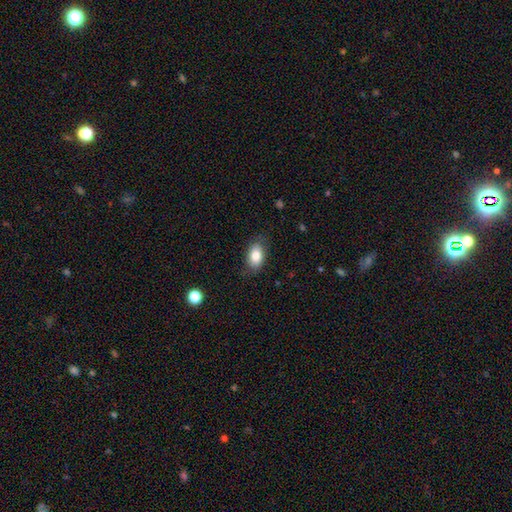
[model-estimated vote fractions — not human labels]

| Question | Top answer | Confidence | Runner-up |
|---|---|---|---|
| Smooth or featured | smooth | 81% | featured or disk (11%) |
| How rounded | in between | 89% | round (10%) |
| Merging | none | 77% | minor disturbance (18%) |